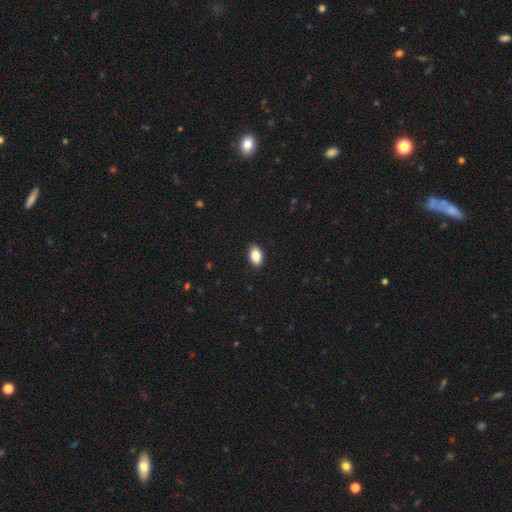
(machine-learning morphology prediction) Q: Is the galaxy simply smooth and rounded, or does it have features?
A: smooth — 87%.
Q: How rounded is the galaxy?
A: in between — 91%.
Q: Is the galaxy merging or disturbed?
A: none — 89%.